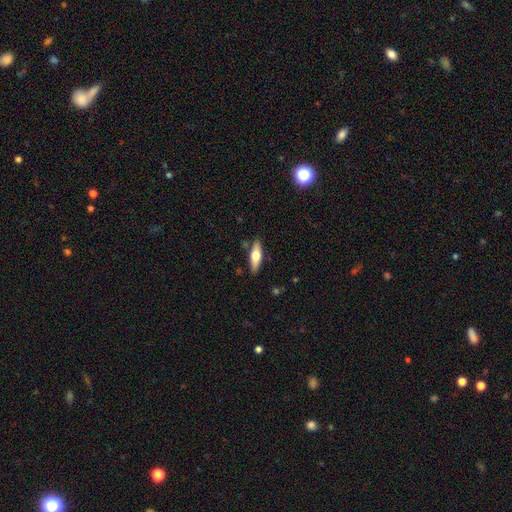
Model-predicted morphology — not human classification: Smooth or featured?
  - smooth: 53% *
  - featured or disk: 41%
  - star or artifact: 6%
How rounded?
  - cigar-shaped: 50% *
  - in between: 48%
  - round: 2%
Merging?
  - none: 85% *
  - minor disturbance: 11%
  - merger: 3%
  - major disturbance: 2%